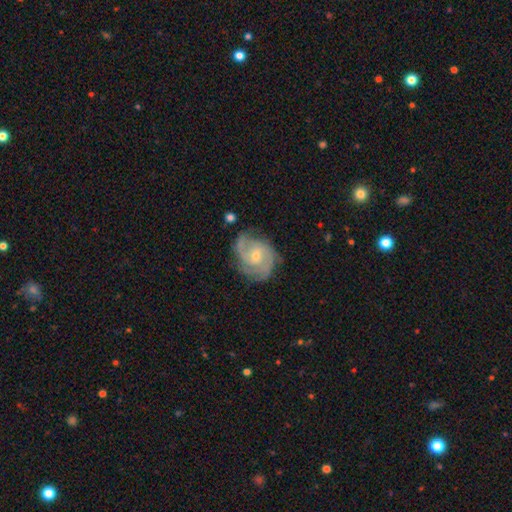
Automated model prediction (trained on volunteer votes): featured or disk 86%, smooth 8%, star or artifact 5%. Down the decision tree: edge-on disk — no (98%); bar — no (62%); spiral arms — yes (97%); spiral arm count — 3 (40%); spiral winding — tight (50%); bulge size — small (56%); merging — none (72%).